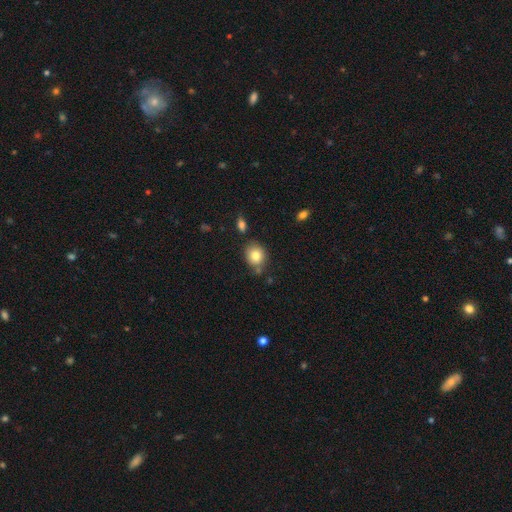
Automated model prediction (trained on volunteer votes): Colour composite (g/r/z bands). It shows a smooth galaxy with no disk features (81%) that is round (69%). Merging: none (72%).